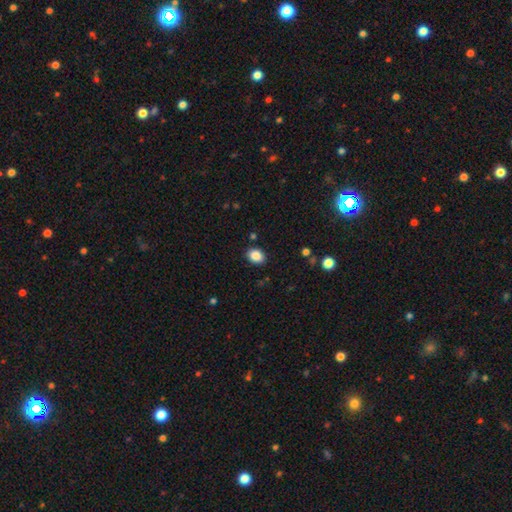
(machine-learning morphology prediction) smooth_or_featured: smooth (p=0.87) [alt: star or artifact p=0.09]
how_rounded: in between (p=0.61) [alt: round p=0.38]
merging: none (p=0.87) [alt: minor disturbance p=0.09]